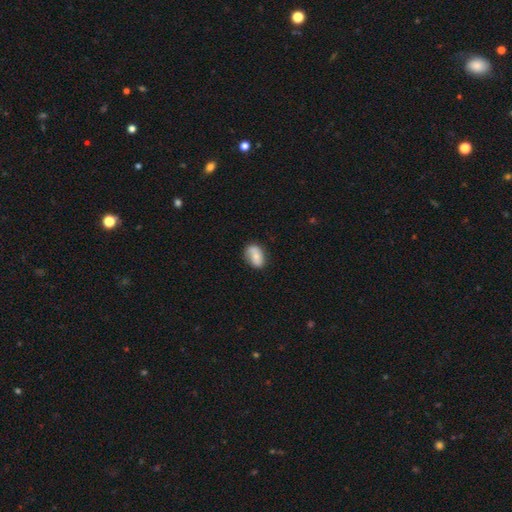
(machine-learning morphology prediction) A smooth galaxy with no disk features (70%) that is in between round and cigar-shaped (84%).

Vote fractions:
- Smooth or featured? smooth: 70% / featured or disk: 22% / star or artifact: 8%
- How rounded? in between: 84% / round: 14% / cigar-shaped: 2%
- Merging? none: 66% / minor disturbance: 24% / major disturbance: 6% / merger: 5%